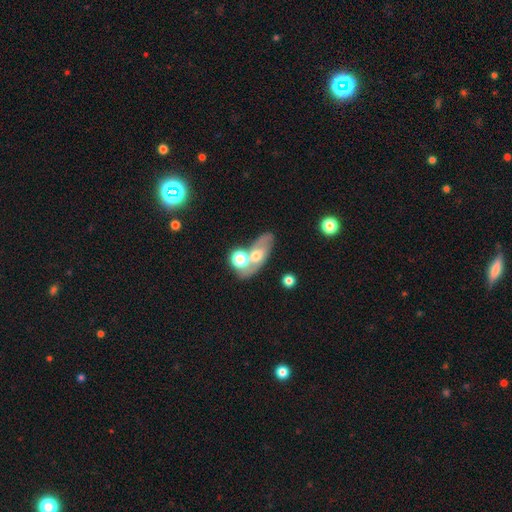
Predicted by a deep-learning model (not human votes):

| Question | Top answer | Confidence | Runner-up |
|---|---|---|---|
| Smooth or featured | smooth | 47% | featured or disk (42%) |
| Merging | none | 46% | merger (32%) |